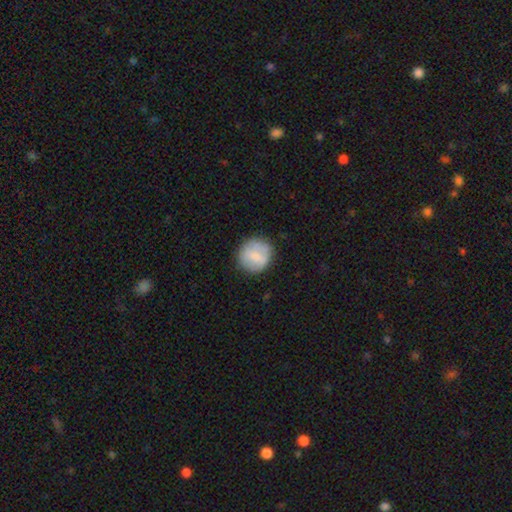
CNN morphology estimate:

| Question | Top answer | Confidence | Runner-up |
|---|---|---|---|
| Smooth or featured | smooth | 74% | featured or disk (20%) |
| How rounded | round | 89% | in between (10%) |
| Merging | none | 79% | minor disturbance (15%) |